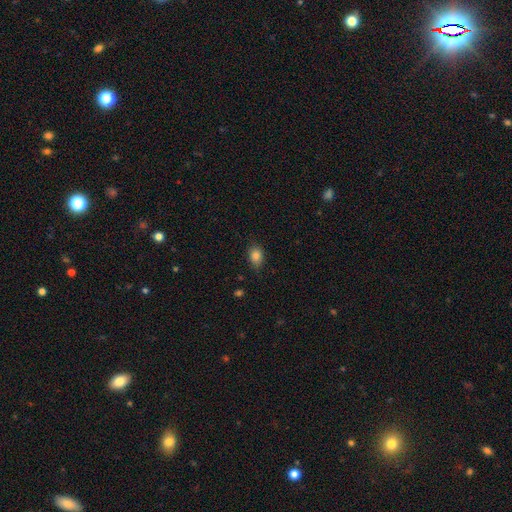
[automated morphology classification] smooth_or_featured: smooth (p=0.84) [alt: star or artifact p=0.10]
how_rounded: in between (p=0.75) [alt: round p=0.23]
merging: none (p=0.78) [alt: minor disturbance p=0.18]